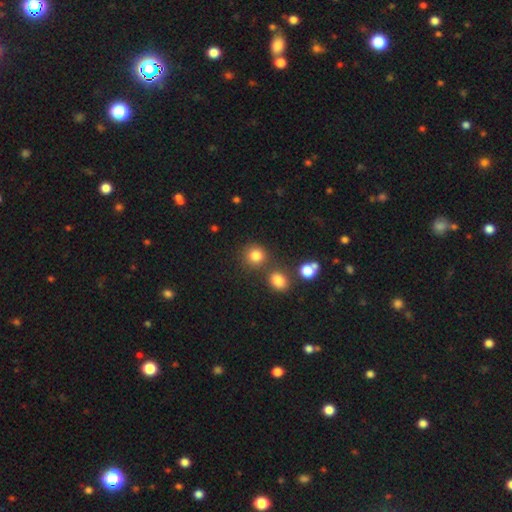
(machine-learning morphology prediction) Smooth or featured?
  - smooth: 81% *
  - star or artifact: 13%
  - featured or disk: 6%
How rounded?
  - round: 88% *
  - in between: 11%
  - cigar-shaped: 1%
Merging?
  - none: 75% *
  - merger: 13%
  - minor disturbance: 8%
  - major disturbance: 3%